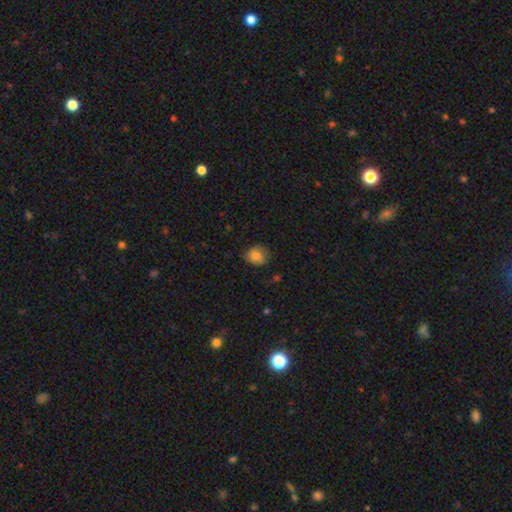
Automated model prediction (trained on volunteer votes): Morphology: type=smooth (81%); roundness=round (79%); merging=none (75%).